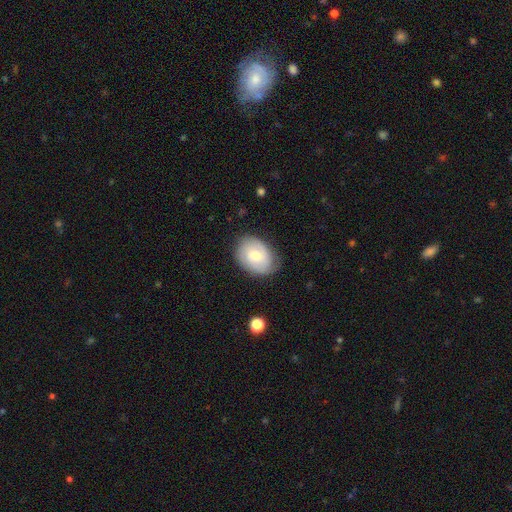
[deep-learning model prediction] Smooth or featured?
  - smooth: 50% *
  - featured or disk: 44%
  - star or artifact: 7%
Merging?
  - none: 76% *
  - minor disturbance: 18%
  - major disturbance: 4%
  - merger: 1%